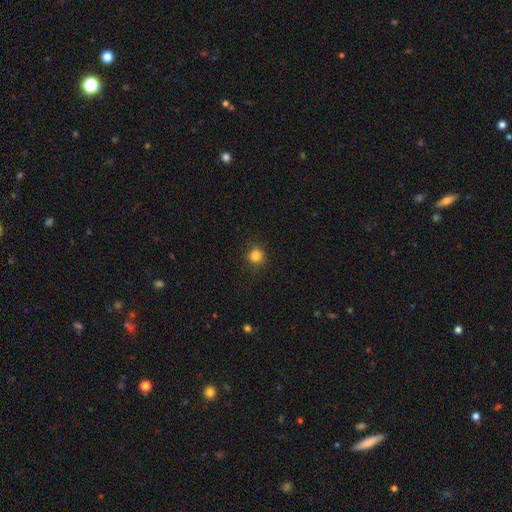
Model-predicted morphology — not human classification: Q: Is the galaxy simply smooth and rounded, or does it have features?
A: smooth — 84%.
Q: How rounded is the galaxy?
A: round — 92%.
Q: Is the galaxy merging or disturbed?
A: none — 86%.